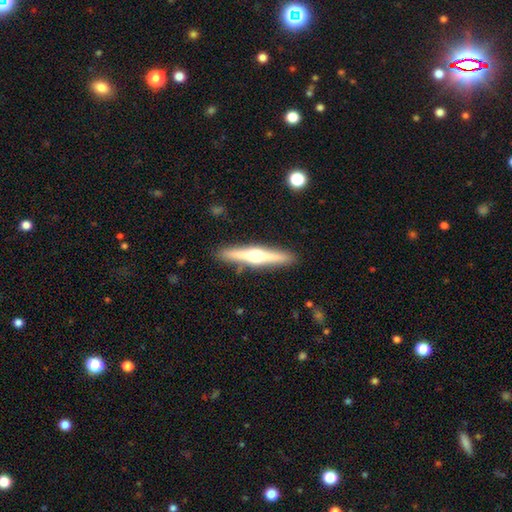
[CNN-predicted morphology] Smooth or featured: featured or disk — 68% (smooth — 27%)
Edge-on disk: yes — 97% (no — 3%)
Edge-on bulge: rounded — 93% (boxy — 4%)
Merging: none — 89% (minor disturbance — 8%)